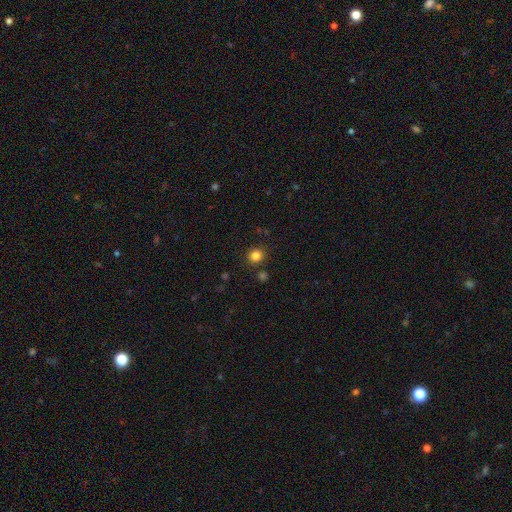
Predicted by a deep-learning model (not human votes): A smooth galaxy with no disk features (83%) that is round (90%).

Vote fractions:
- Smooth or featured? smooth: 83% / star or artifact: 13% / featured or disk: 4%
- How rounded? round: 90% / in between: 9% / cigar-shaped: 1%
- Merging? none: 87% / minor disturbance: 7% / merger: 4% / major disturbance: 2%